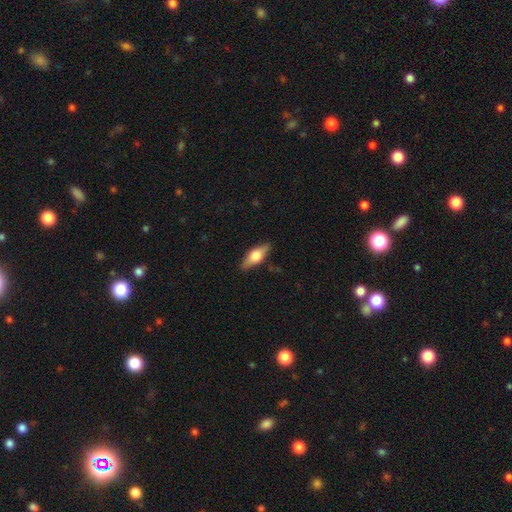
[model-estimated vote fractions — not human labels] The model was most divided on "smooth or featured": smooth: 51%, featured or disk: 43%, star or artifact: 6%. More confident: merging — none (86%); how rounded — in between (68%).